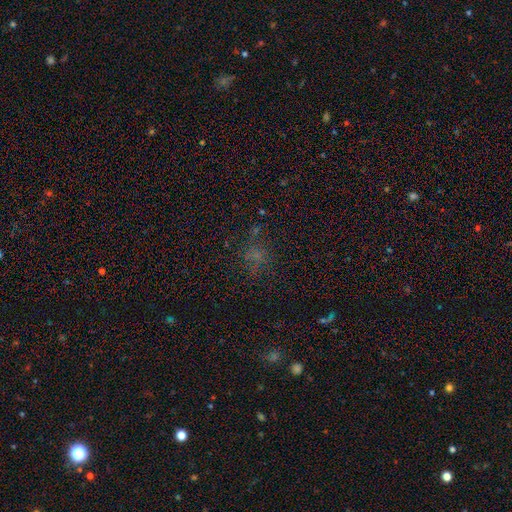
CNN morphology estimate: Smooth or featured?
  - smooth: 46% *
  - star or artifact: 39%
  - featured or disk: 15%
Merging?
  - none: 64% *
  - minor disturbance: 17%
  - major disturbance: 14%
  - merger: 5%